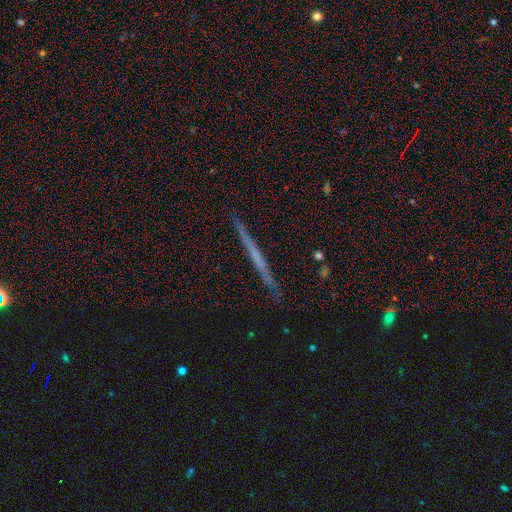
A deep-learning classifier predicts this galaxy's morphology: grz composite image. It shows a featured or disk galaxy (57%) viewed edge-on (97%) with no central bulge (87%). Merging: none (91%).